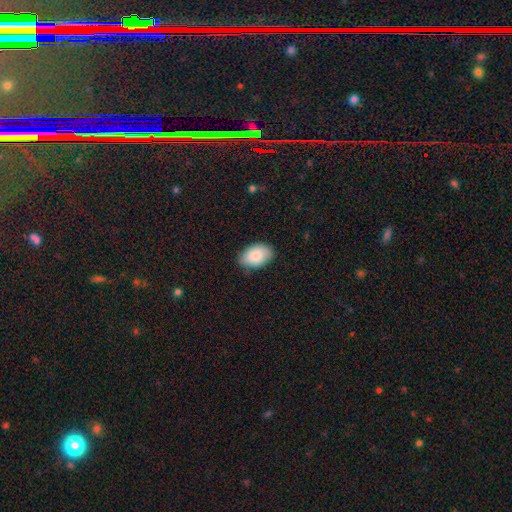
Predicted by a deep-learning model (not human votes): The model was most divided on "merging": none: 80%, minor disturbance: 16%, major disturbance: 3%, merger: 1%. More confident: how rounded — in between (90%); smooth or featured — smooth (85%).